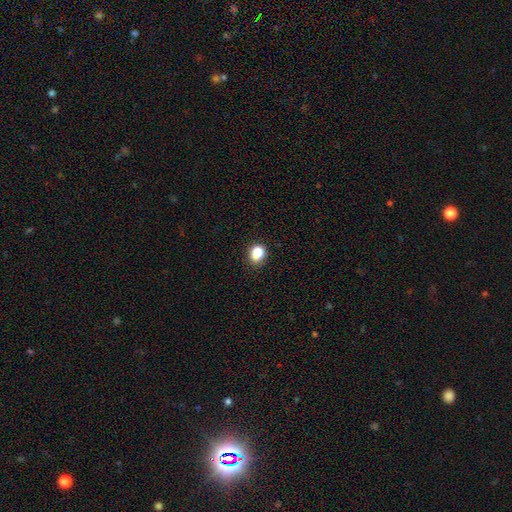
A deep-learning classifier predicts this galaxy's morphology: This is clearly a smooth galaxy (81%). How rounded: possibly round (55%). Merging: likely none (77%).